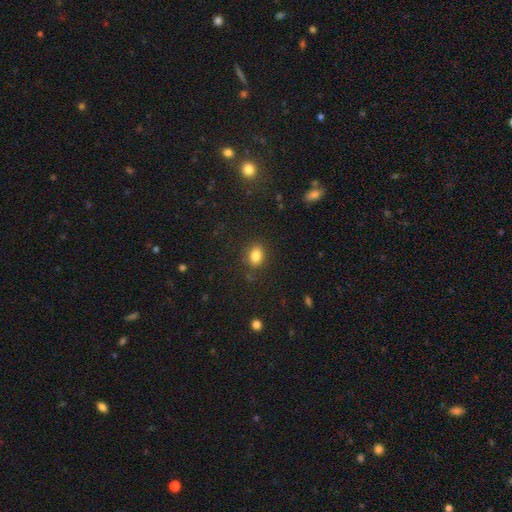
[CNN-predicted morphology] Smooth or featured? smooth (84%)
How rounded? in between (72%)
Merging? none (82%)